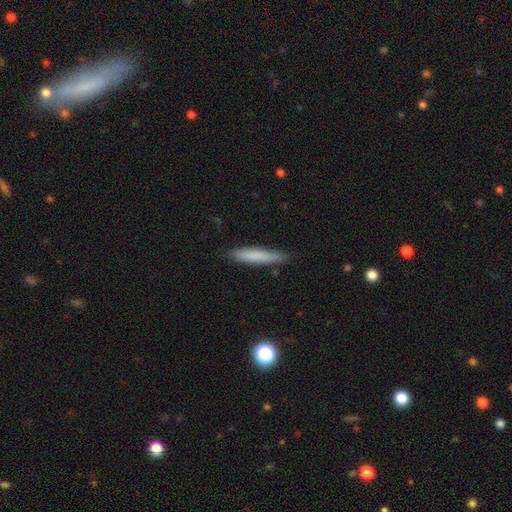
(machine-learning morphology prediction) Overall: smooth (77%). How rounded: cigar-shaped (90%). Merging: none (86%).